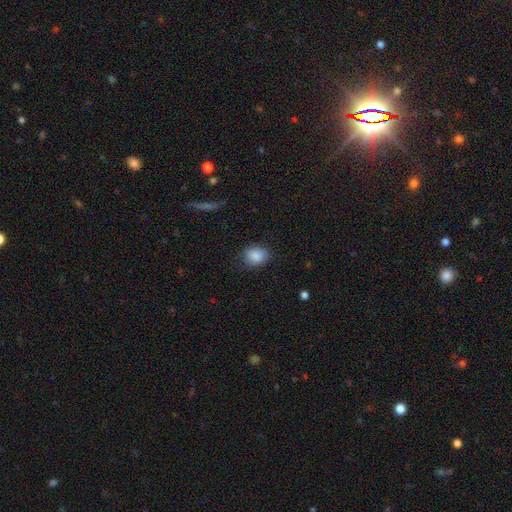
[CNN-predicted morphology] A smooth galaxy with no disk features (87%) that is round (52%). Merging: none (75%).